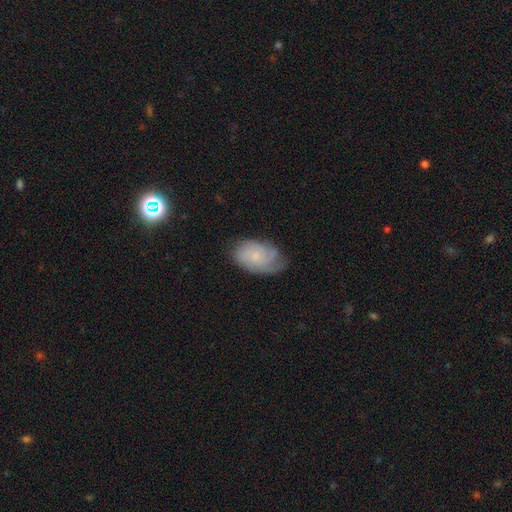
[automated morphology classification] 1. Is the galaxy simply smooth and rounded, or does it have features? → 53% featured or disk, 39% smooth, 8% star or artifact.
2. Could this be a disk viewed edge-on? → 96% no, 4% yes.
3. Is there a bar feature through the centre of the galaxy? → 79% no, 19% weak, 2% strong.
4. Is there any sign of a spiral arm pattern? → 86% yes, 14% no.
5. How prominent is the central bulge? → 65% small, 21% moderate, 12% none, 2% large, 1% dominant.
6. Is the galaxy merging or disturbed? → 62% none, 28% minor disturbance, 9% major disturbance, 1% merger.